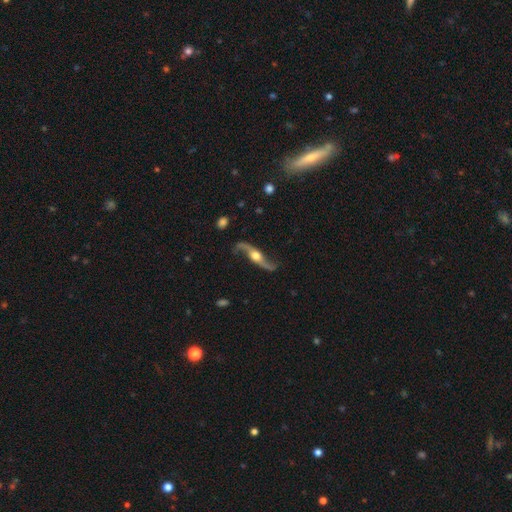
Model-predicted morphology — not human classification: Smooth or featured? featured or disk (91%)
Edge-on disk? no (83%)
Bar? no (62%)
Spiral arms? yes (97%)
Spiral winding? loose (92%)
Spiral arm count? 2 (95%)
Bulge size? moderate (67%)
Merging? none (79%)